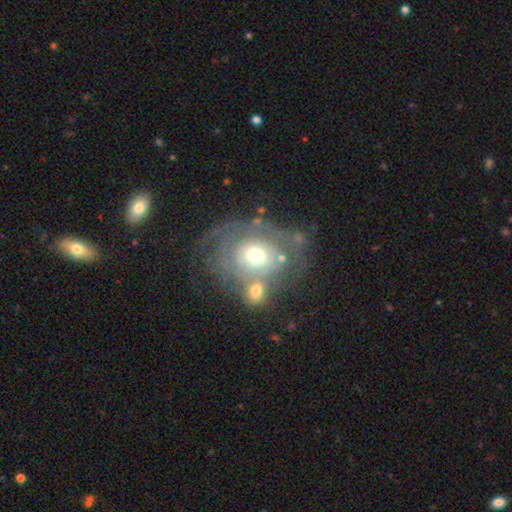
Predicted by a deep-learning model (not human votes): Morphology: type=featured or disk (63%); edge-on=no (96%); bar=no (85%); spiral arms=yes (54%); bulge=moderate (61%); merging=none (46%).